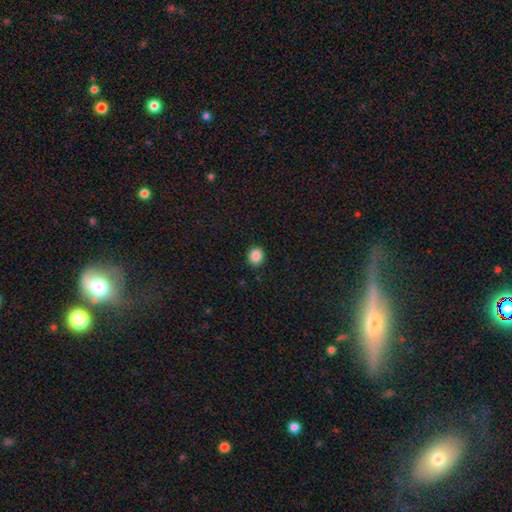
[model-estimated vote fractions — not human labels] This is clearly a smooth galaxy (87%). How rounded: likely round (79%). Merging: clearly none (91%).